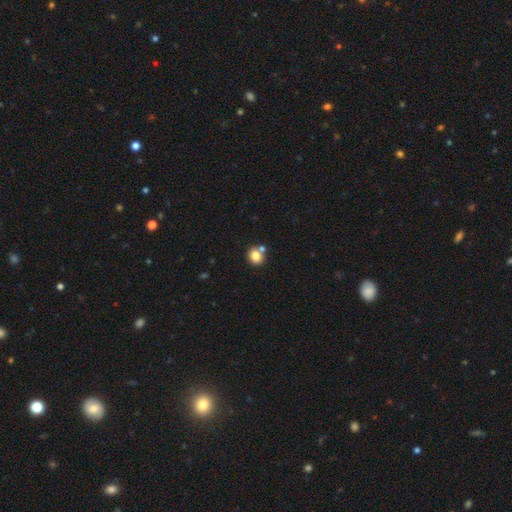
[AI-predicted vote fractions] This is clearly a smooth galaxy (82%). How rounded: likely round (73%). Merging: likely none (65%).